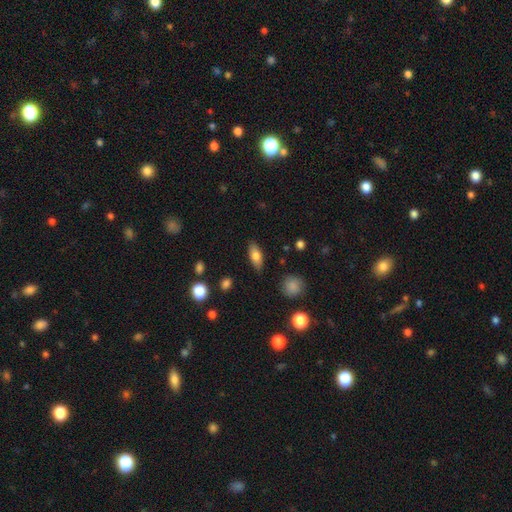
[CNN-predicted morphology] This appears to be a smooth galaxy with no disk features (75%) that is in between round and cigar-shaped (80%). Merging: none (85%).